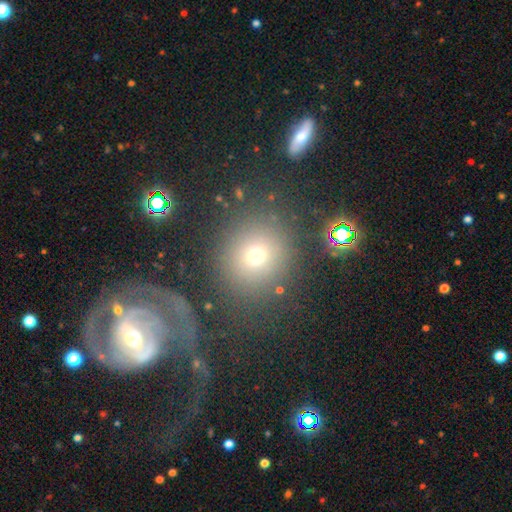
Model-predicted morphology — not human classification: The model was most divided on "smooth or featured": smooth: 55%, featured or disk: 26%, star or artifact: 19%. More confident: how rounded — round (85%); merging — none (73%).